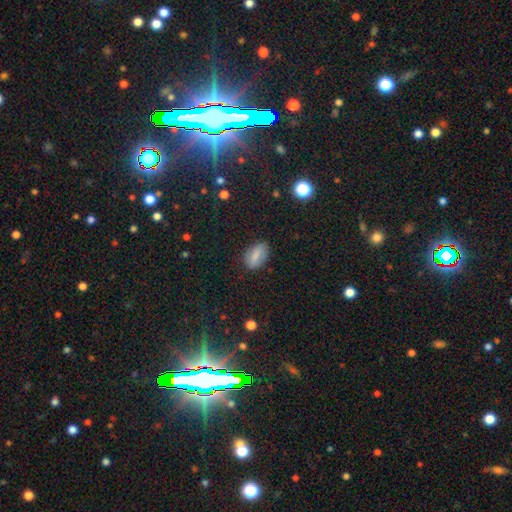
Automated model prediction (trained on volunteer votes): A smooth galaxy with no disk features (77%) that is in between round and cigar-shaped (89%).

Vote fractions:
- Smooth or featured? smooth: 77% / featured or disk: 14% / star or artifact: 9%
- How rounded? in between: 89% / round: 7% / cigar-shaped: 3%
- Merging? none: 80% / minor disturbance: 15% / major disturbance: 4% / merger: 1%